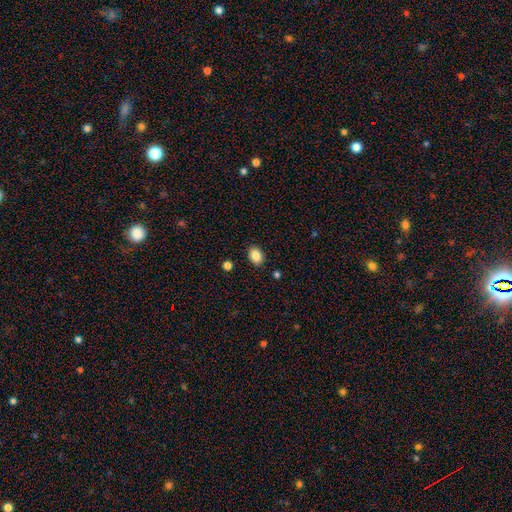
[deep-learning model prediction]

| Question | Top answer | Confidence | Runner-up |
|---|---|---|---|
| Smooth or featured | smooth | 87% | star or artifact (9%) |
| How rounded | in between | 73% | round (26%) |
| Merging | none | 88% | minor disturbance (8%) |